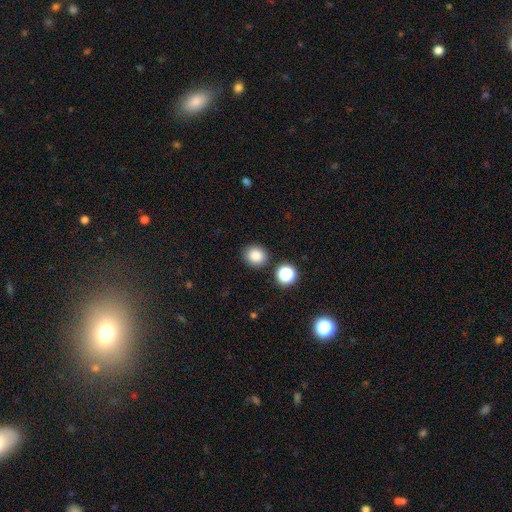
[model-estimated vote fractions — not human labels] The model was most divided on "how rounded": round: 82%, in between: 17%, cigar-shaped: 1%. More confident: merging — none (84%); smooth or featured — smooth (84%).